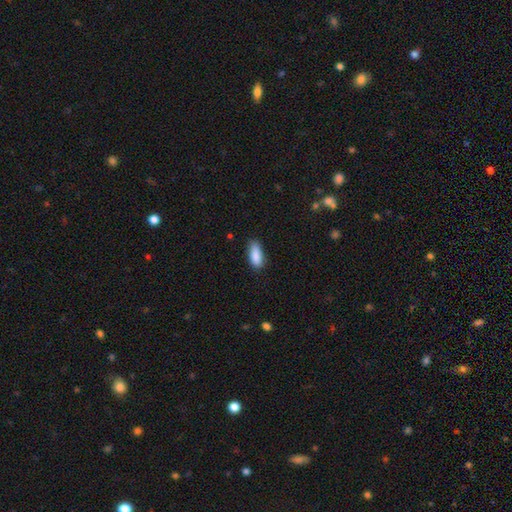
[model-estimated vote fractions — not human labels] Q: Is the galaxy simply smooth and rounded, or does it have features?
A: smooth — 89%.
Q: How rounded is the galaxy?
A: in between — 82%.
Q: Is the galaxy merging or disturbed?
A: none — 77%.